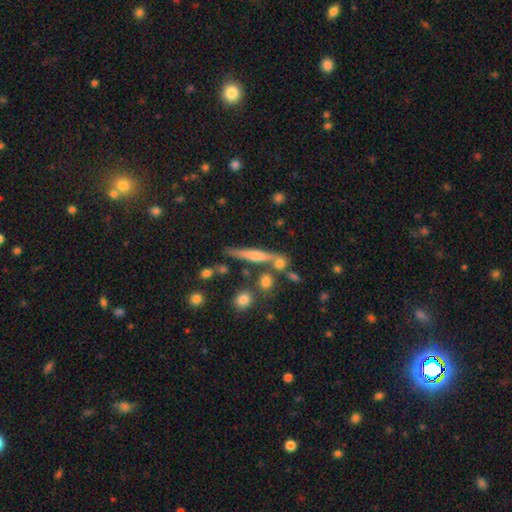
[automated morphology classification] type=featured or disk (53%); edge-on=yes (93%); merging=none (72%).